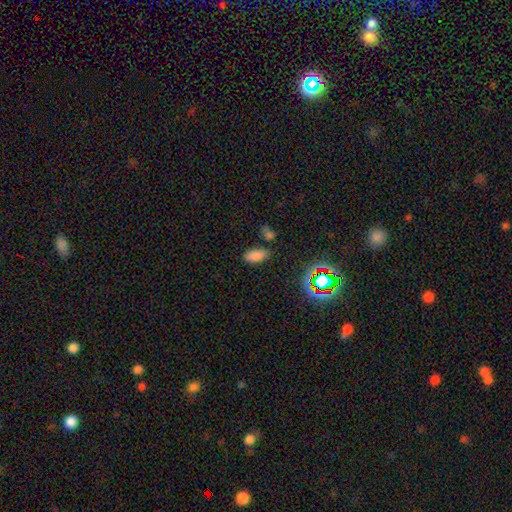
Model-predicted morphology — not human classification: This is likely a smooth galaxy (78%). How rounded: clearly in between (91%). Merging: likely none (73%).